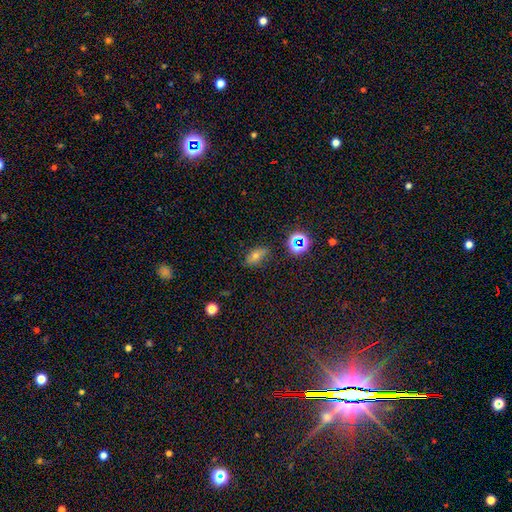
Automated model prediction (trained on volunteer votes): Morphology: type=smooth (57%); roundness=in between (81%); merging=none (78%).